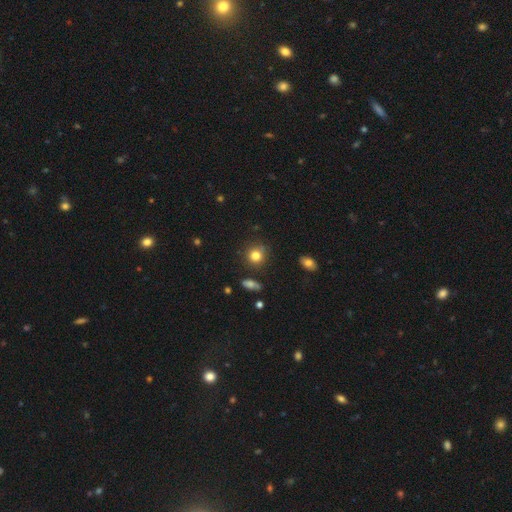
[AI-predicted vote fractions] This appears to be a smooth galaxy with no disk features (80%) that is round (88%). Merging: none (81%).